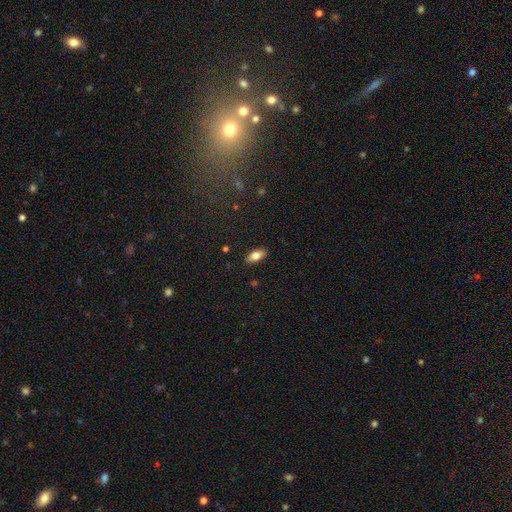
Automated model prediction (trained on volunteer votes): This appears to be a smooth galaxy with no disk features (78%) that is in between round and cigar-shaped (85%). Merging: none (89%).